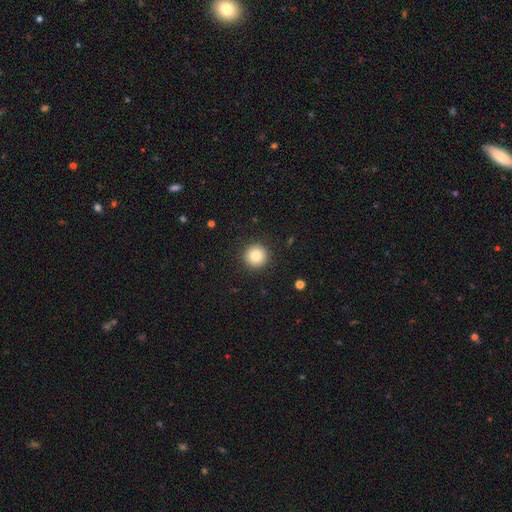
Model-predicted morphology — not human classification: A smooth galaxy with no disk features (84%) that is round (95%).

Vote fractions:
- Smooth or featured? smooth: 84% / star or artifact: 10% / featured or disk: 6%
- How rounded? round: 95% / in between: 4% / cigar-shaped: 1%
- Merging? none: 92% / minor disturbance: 5% / major disturbance: 2% / merger: 1%